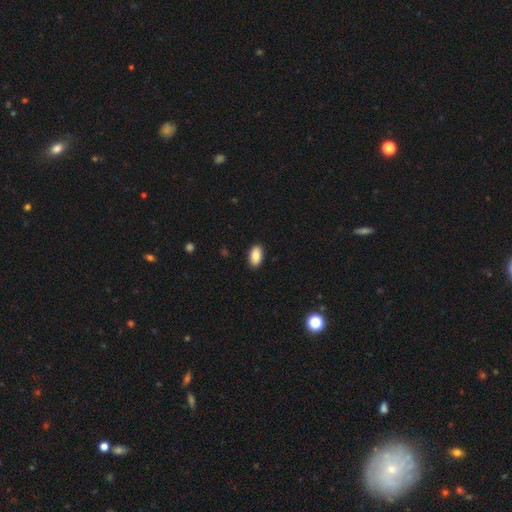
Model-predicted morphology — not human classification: Q: Smooth or featured?
A: smooth (87%); runner-up: star or artifact (7%)
Q: How rounded?
A: in between (94%); runner-up: round (4%)
Q: Merging?
A: none (90%); runner-up: minor disturbance (7%)